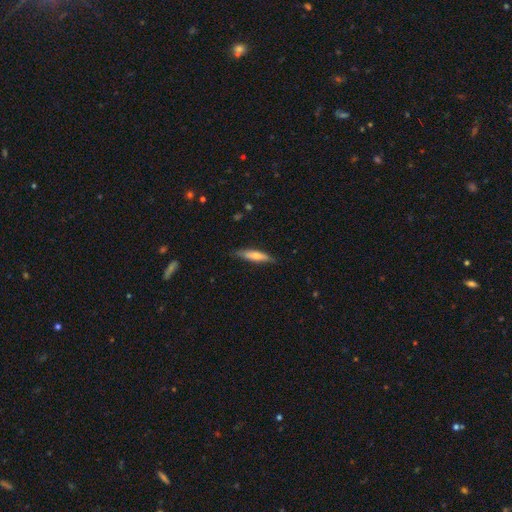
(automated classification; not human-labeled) This appears to be a smooth galaxy with no disk features (65%) that is cigar-shaped (80%). Merging: none (81%).